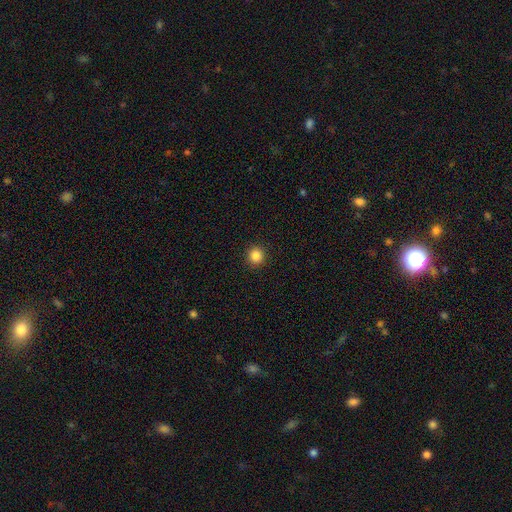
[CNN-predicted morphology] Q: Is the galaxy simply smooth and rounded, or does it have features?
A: smooth — 85%.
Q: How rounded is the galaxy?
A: round — 93%.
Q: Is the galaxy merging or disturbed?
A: none — 92%.